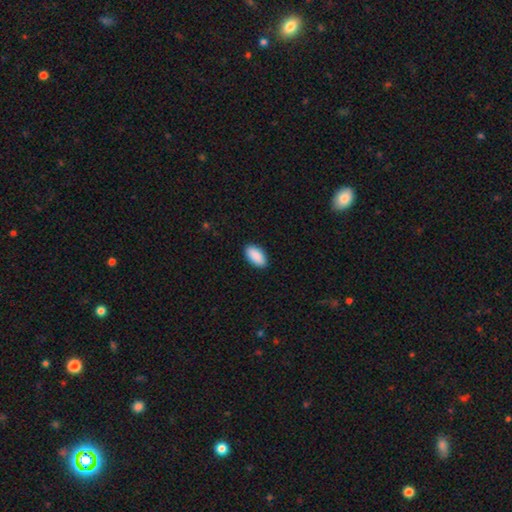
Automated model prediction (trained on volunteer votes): This appears to be a smooth galaxy with no disk features (91%) that is in between round and cigar-shaped (95%). Merging: none (91%).